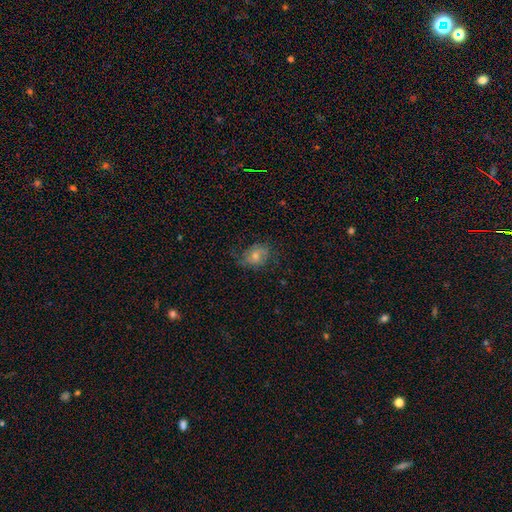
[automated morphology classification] smooth_or_featured: featured or disk (p=0.42) [alt: smooth p=0.40]
merging: none (p=0.63) [alt: minor disturbance p=0.22]